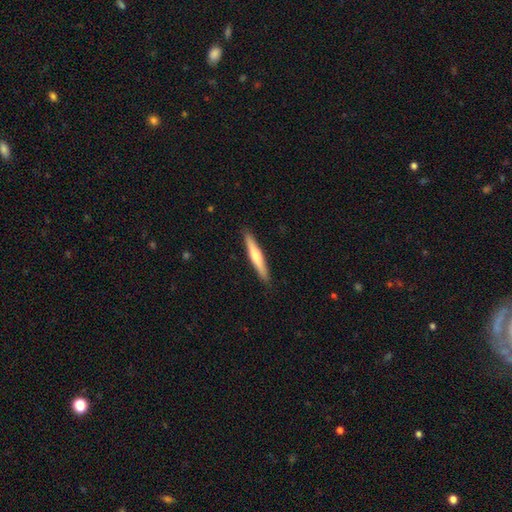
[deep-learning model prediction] smooth_or_featured: smooth (p=0.55) [alt: featured or disk p=0.40]
how_rounded: cigar-shaped (p=0.94) [alt: in between p=0.05]
merging: none (p=0.90) [alt: minor disturbance p=0.08]